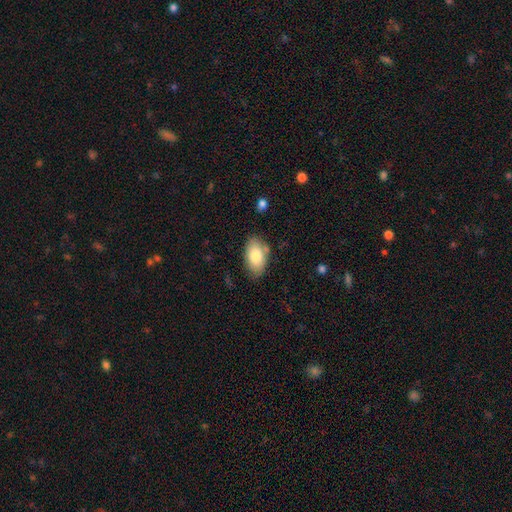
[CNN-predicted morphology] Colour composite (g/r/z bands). It shows a smooth galaxy with no disk features (82%) that is in between round and cigar-shaped (94%). Merging: none (75%).